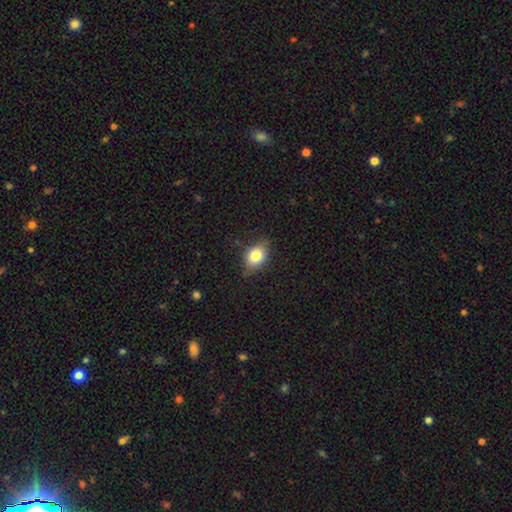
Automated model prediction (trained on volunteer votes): Overall: smooth (78%). How rounded: in between (69%; round 29%). Merging: none (74%).